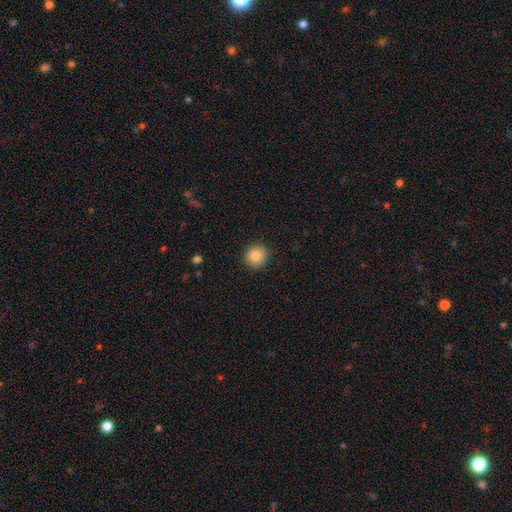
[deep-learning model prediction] Overall: smooth (87%). How rounded: round (89%). Merging: none (90%).